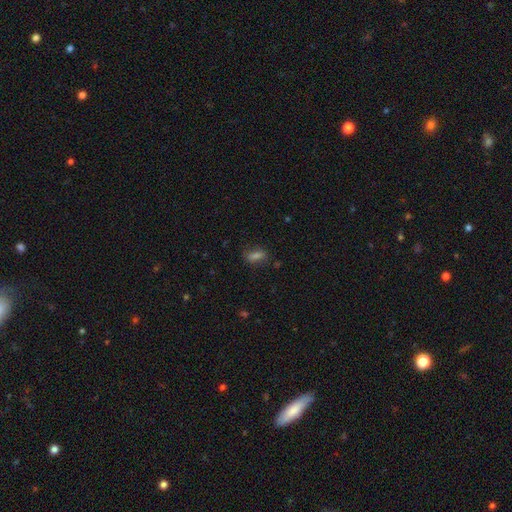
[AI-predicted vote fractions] Q: Smooth or featured?
A: smooth (78%); runner-up: star or artifact (11%)
Q: How rounded?
A: in between (72%); runner-up: cigar-shaped (22%)
Q: Merging?
A: none (75%); runner-up: minor disturbance (17%)